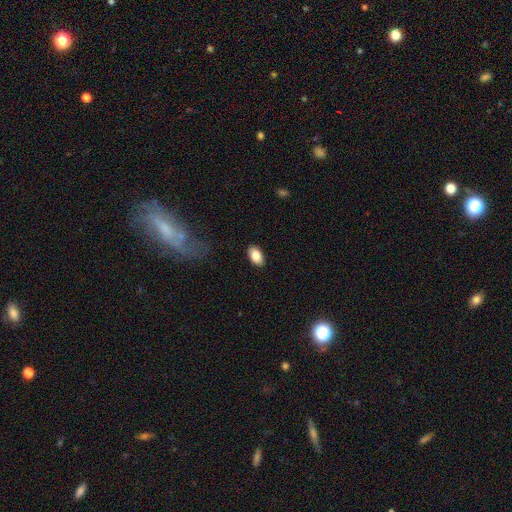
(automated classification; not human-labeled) Overall: smooth (83%). How rounded: in between (93%). Merging: none (88%).